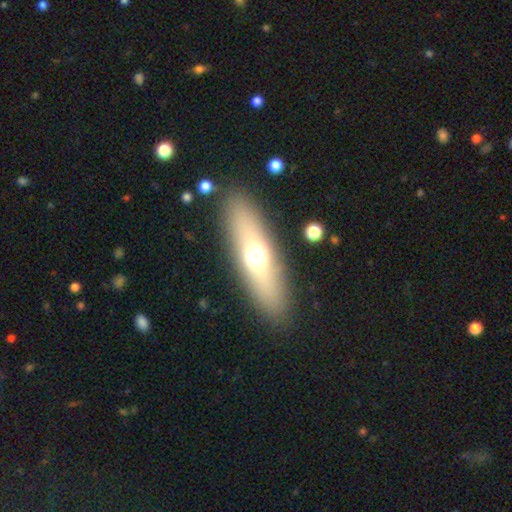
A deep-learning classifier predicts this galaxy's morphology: Smooth or featured? smooth (56%)
How rounded? cigar-shaped (51%)
Merging? none (87%)